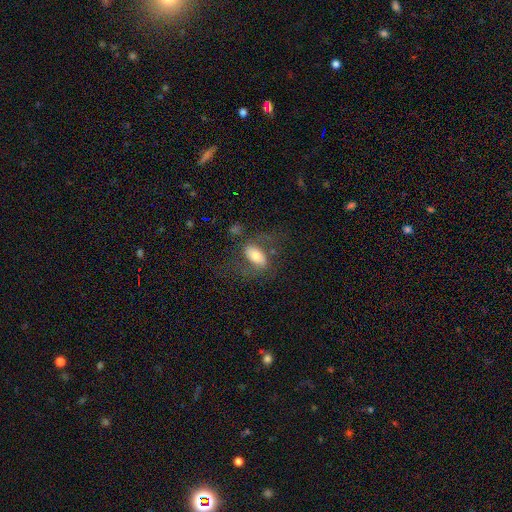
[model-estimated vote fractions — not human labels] Morphology: type=smooth (57%); roundness=in between (89%); merging=none (53%).